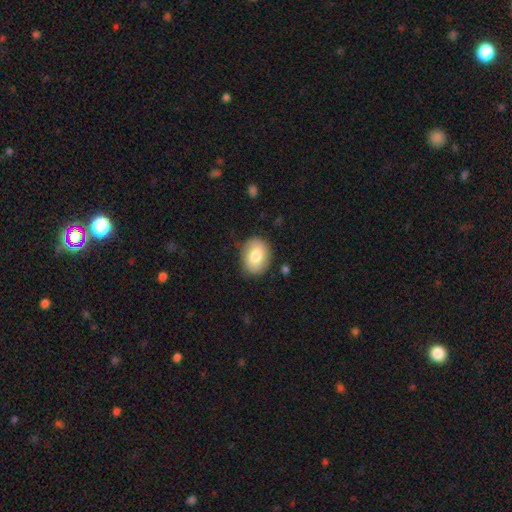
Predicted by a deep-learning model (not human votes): Smooth or featured: smooth — 80% (featured or disk — 13%)
How rounded: in between — 59% (round — 40%)
Merging: none — 84% (minor disturbance — 12%)